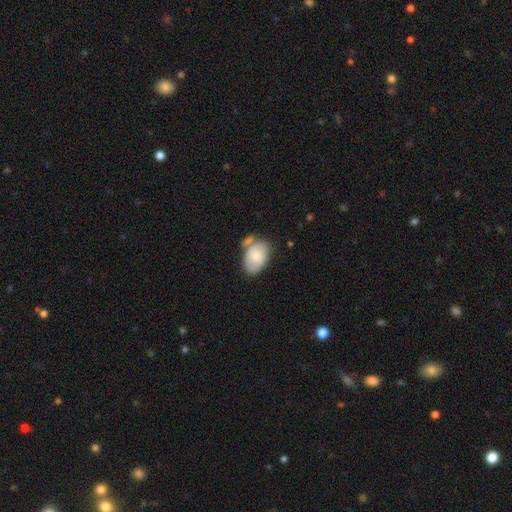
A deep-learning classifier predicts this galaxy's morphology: smooth 74%, featured or disk 19%, star or artifact 6%. Down the decision tree: how rounded — in between (87%); merging — none (46%).